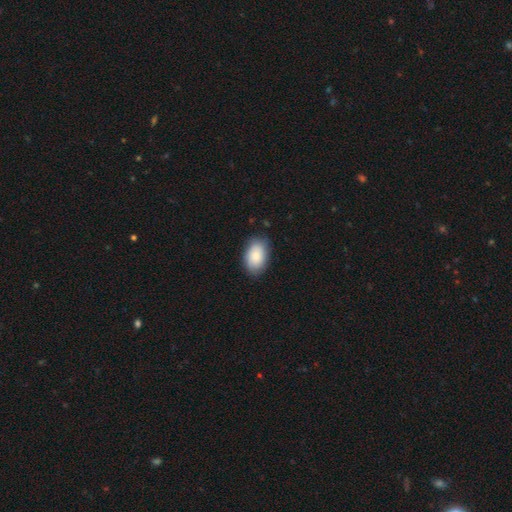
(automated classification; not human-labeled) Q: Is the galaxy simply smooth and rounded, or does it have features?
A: smooth — 85%.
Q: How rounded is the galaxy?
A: in between — 90%.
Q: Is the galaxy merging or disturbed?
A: none — 82%.